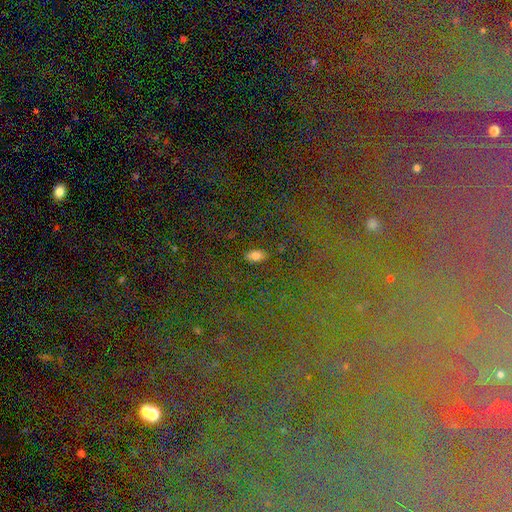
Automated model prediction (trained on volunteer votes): Morphology: type=smooth (75%); roundness=in between (91%); merging=none (88%).